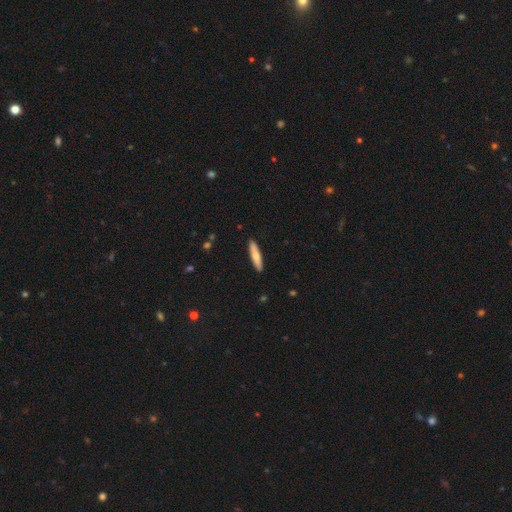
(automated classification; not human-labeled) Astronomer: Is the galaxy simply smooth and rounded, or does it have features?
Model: smooth — 70%.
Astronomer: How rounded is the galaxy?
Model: cigar-shaped — 86%.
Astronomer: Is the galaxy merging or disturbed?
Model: none — 91%.